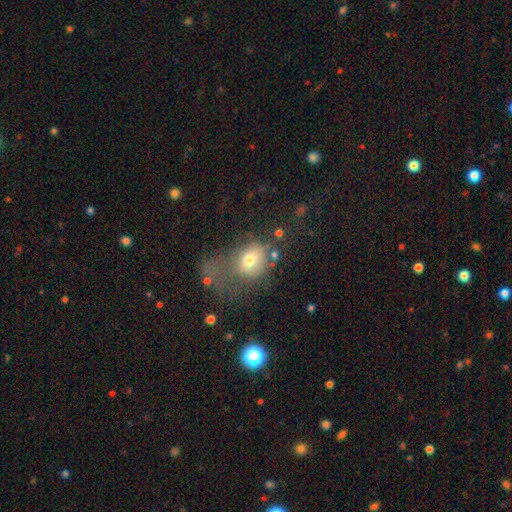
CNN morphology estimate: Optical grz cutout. It shows a smooth galaxy with no disk features (66%) that is in between round and cigar-shaped (51%). Merging: major disturbance (48%).